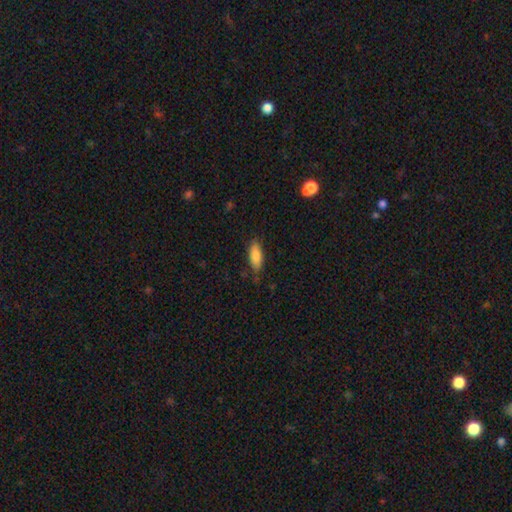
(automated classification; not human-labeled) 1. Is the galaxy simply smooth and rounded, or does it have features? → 83% smooth, 10% featured or disk, 7% star or artifact.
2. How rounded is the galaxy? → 71% in between, 27% cigar-shaped, 2% round.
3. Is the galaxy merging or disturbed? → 77% none, 18% minor disturbance, 3% major disturbance, 2% merger.